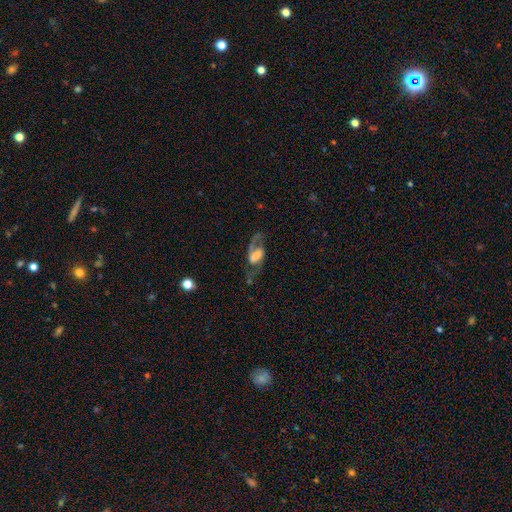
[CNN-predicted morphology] A featured or disk galaxy (75%) with a weak bar (39%, tied with strong), 2 (84%) medium (48%) spiral arms (84%) and a large central bulge (28%).

Vote fractions:
- Smooth or featured? featured or disk: 75% / smooth: 18% / star or artifact: 8%
- Edge-on disk? no: 93% / yes: 7%
- Bar? weak: 39% (tied) / strong: 39% (tied) / no: 22%
- Spiral arms? yes: 84% / no: 16%
- Spiral winding? medium: 48% / loose: 38% / tight: 14%
- Spiral arm count? 2: 84% / 1: 7% / can't tell: 5% / 3: 1% / 4: 1% / more than 4: 1%
- Bulge size? large: 28% / moderate: 23% / none: 23% / small: 22% / dominant: 4%
- Merging? none: 60% / major disturbance: 20% / minor disturbance: 17% / merger: 3%